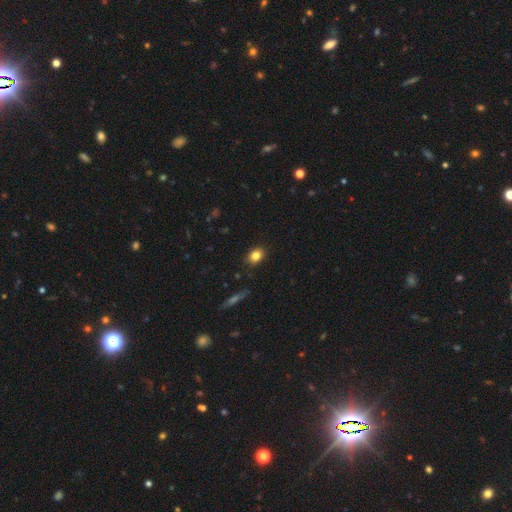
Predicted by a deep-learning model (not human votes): Overall: smooth (83%). How rounded: in between (62%; round 36%). Merging: none (87%).